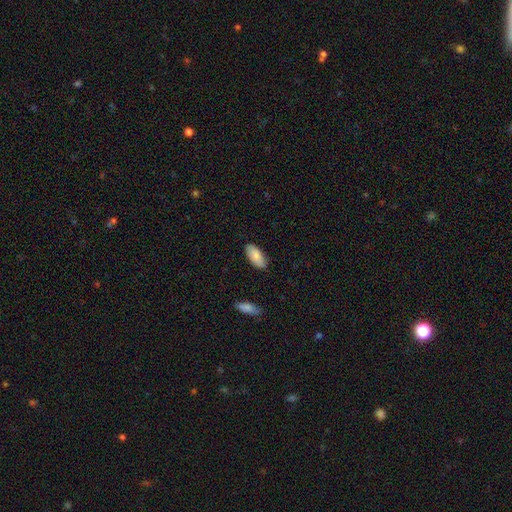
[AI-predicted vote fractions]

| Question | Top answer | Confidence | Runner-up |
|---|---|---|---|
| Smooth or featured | smooth | 85% | featured or disk (9%) |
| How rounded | in between | 93% | cigar-shaped (5%) |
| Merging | none | 84% | minor disturbance (13%) |